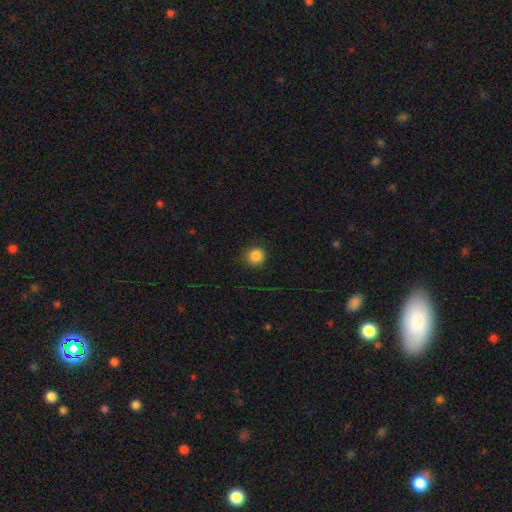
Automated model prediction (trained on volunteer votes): smooth_or_featured: smooth (p=0.86) [alt: star or artifact p=0.11]
how_rounded: round (p=0.92) [alt: in between p=0.07]
merging: none (p=0.88) [alt: minor disturbance p=0.08]